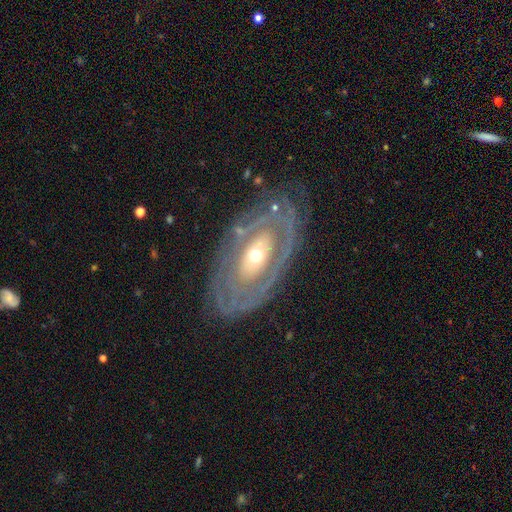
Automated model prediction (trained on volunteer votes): Q: Smooth or featured?
A: featured or disk (80%); runner-up: smooth (15%)
Q: Edge-on disk?
A: no (92%); runner-up: yes (8%)
Q: Bar?
A: no (82%); runner-up: weak (12%)
Q: Spiral arms?
A: yes (59%); runner-up: no (41%)
Q: Bulge size?
A: moderate (63%); runner-up: small (28%)
Q: Merging?
A: none (71%); runner-up: minor disturbance (16%)